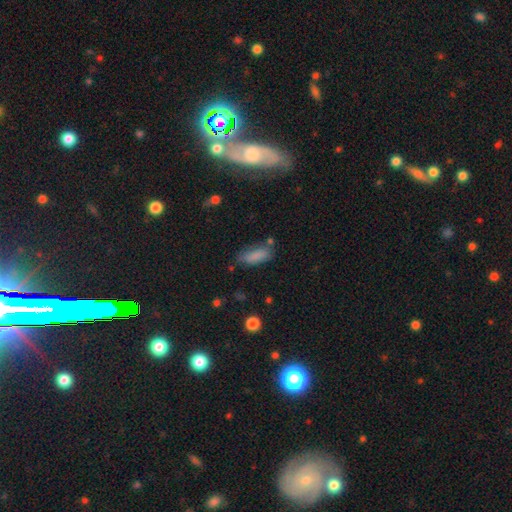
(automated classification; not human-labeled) A smooth galaxy with no disk features (83%) that is in between round and cigar-shaped (70%).

Vote fractions:
- Smooth or featured? smooth: 83% / featured or disk: 9% / star or artifact: 8%
- How rounded? in between: 70% / cigar-shaped: 28% / round: 2%
- Merging? none: 62% / minor disturbance: 24% / major disturbance: 7% / merger: 6%